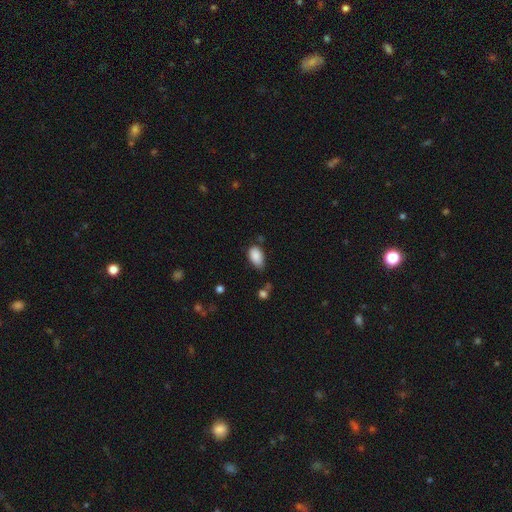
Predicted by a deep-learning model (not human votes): This is clearly a smooth galaxy (87%). How rounded: clearly in between (92%). Merging: possibly none (54%).